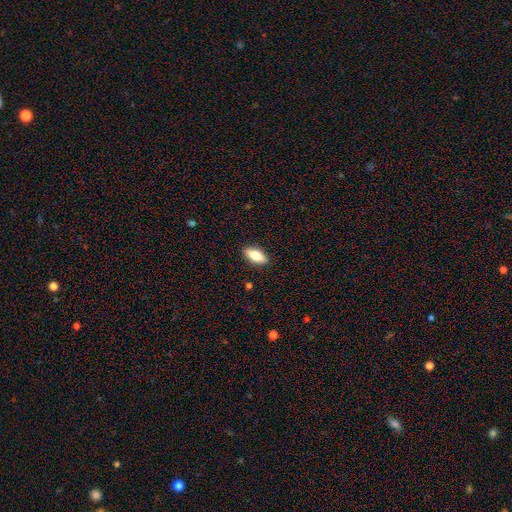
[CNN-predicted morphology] A smooth galaxy with no disk features (71%) that is in between round and cigar-shaped (81%). Merging: none (89%).